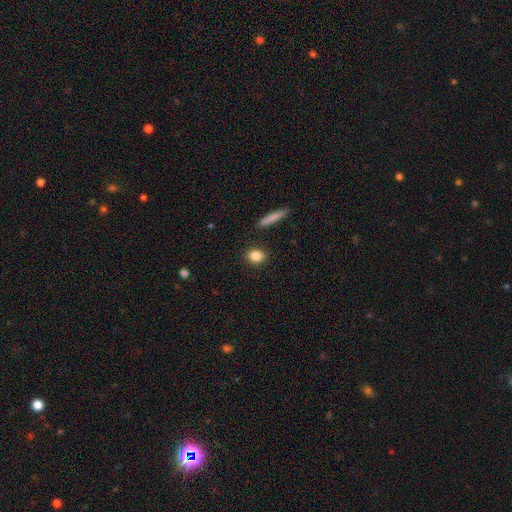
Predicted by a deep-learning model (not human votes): Smooth or featured? Predicted: smooth (p=0.85). How rounded? Predicted: in between (p=0.52). Merging? Predicted: none (p=0.89).